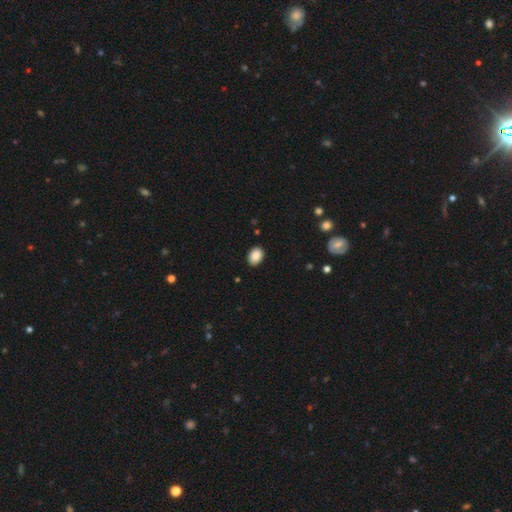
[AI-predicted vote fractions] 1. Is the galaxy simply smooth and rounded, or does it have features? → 89% smooth, 8% star or artifact, 3% featured or disk.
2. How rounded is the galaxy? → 76% in between, 23% round, 1% cigar-shaped.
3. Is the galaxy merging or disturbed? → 88% none, 9% minor disturbance, 2% major disturbance, 1% merger.